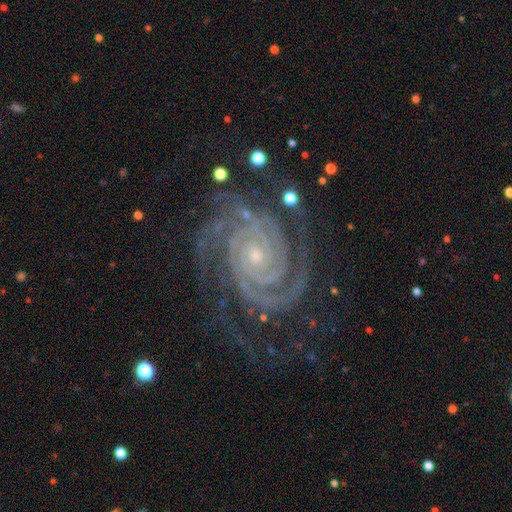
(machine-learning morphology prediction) Overall: featured or disk (93%). Edge-on disk: no (98%). Bar: no (74%). Spiral arms: yes (99%). Spiral arm count: 2 (47%; 3 19%). Spiral winding: tight (84%). Bulge size: small (79%). Merging: none (73%).